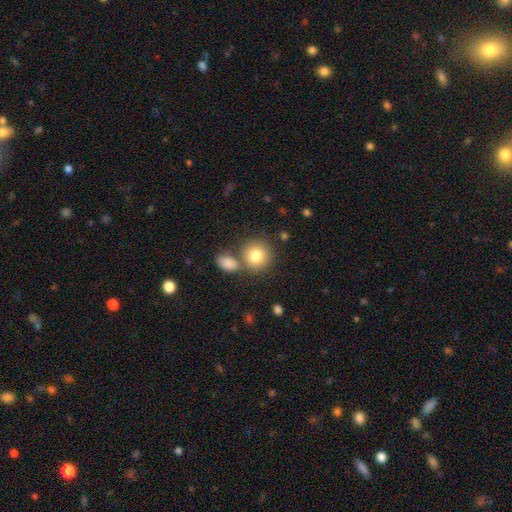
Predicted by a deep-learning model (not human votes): Smooth or featured?
  - smooth: 82% *
  - featured or disk: 9%
  - star or artifact: 9%
How rounded?
  - round: 88% *
  - in between: 11%
  - cigar-shaped: 1%
Merging?
  - none: 64% *
  - merger: 24%
  - minor disturbance: 9%
  - major disturbance: 3%